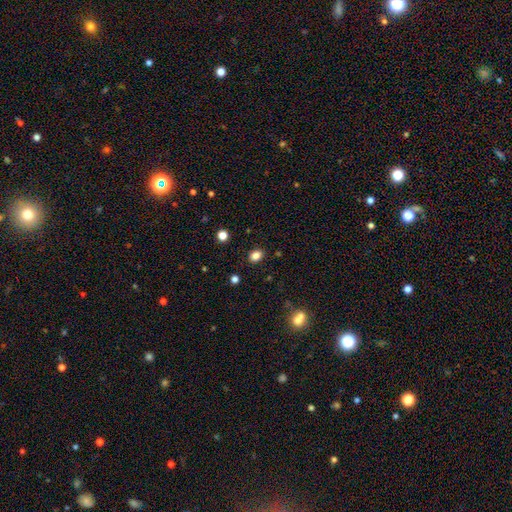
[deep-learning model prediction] Smooth or featured: smooth — 84% (star or artifact — 12%)
How rounded: in between — 64% (round — 35%)
Merging: none — 88% (minor disturbance — 8%)